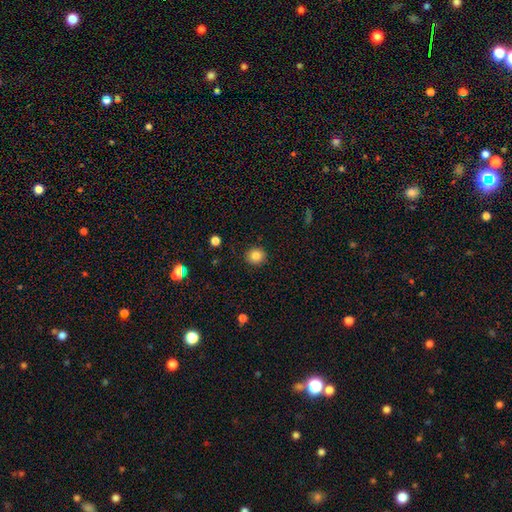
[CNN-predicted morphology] Smooth or featured? smooth (84%)
How rounded? round (90%)
Merging? none (90%)